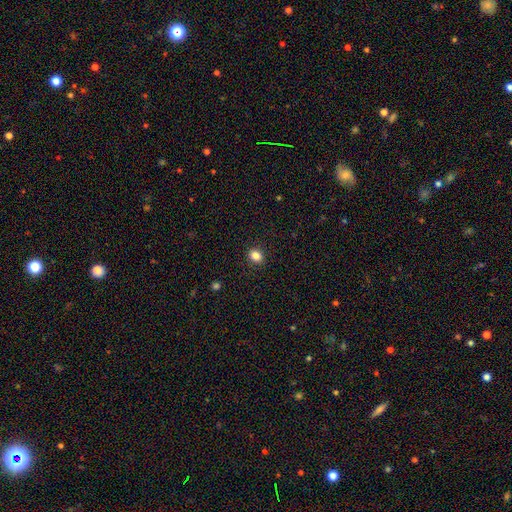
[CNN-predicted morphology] The model was most divided on "how rounded": round: 51%, in between: 48%, cigar-shaped: 1%. More confident: merging — none (90%); smooth or featured — smooth (85%).